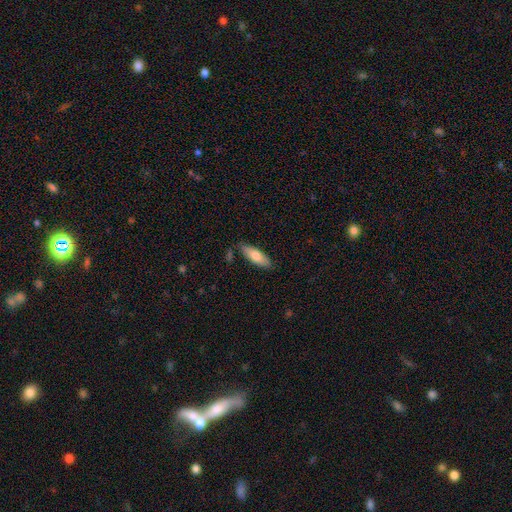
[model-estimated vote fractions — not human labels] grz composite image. It shows a smooth galaxy with no disk features (72%) that is in between round and cigar-shaped (62%). Merging: none (80%).